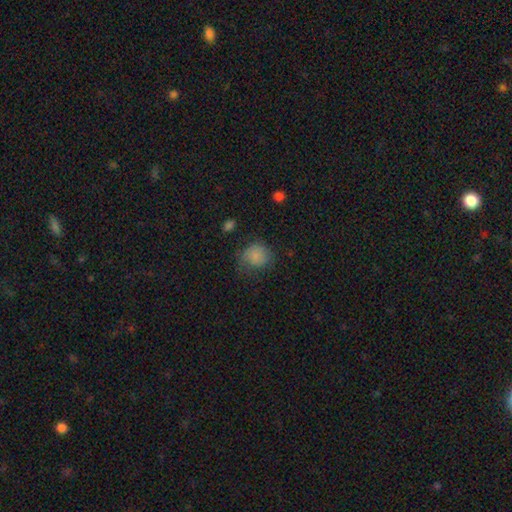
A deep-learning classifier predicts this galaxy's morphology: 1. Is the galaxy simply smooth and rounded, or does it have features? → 80% smooth, 10% star or artifact, 10% featured or disk.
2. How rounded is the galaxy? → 75% round, 24% in between, 1% cigar-shaped.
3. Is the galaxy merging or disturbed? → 55% none, 27% minor disturbance, 16% major disturbance, 2% merger.